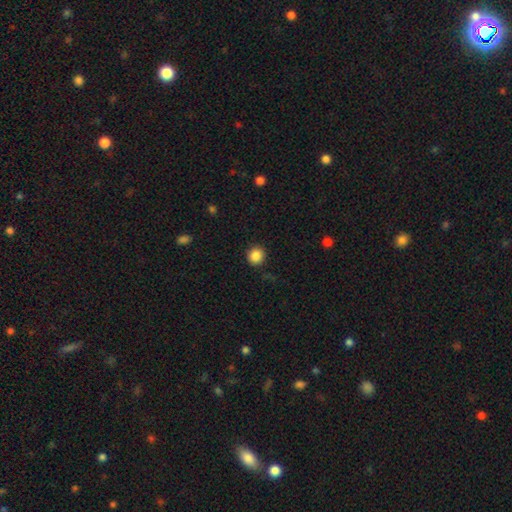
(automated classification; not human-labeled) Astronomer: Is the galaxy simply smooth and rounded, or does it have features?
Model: smooth — 87%.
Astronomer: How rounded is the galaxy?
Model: round — 92%.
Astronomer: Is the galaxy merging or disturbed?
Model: none — 90%.